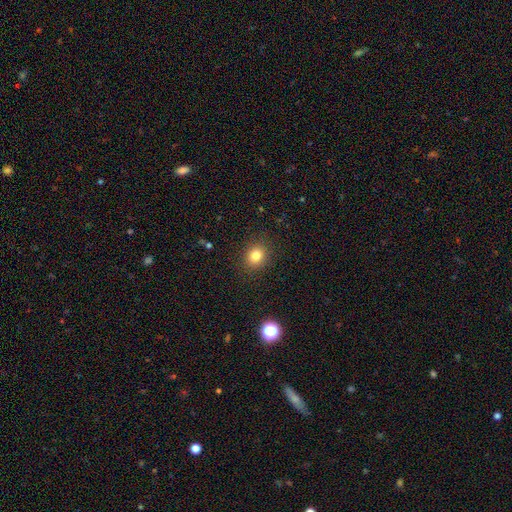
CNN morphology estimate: Smooth or featured? Predicted: smooth (p=0.81). How rounded? Predicted: round (p=0.67). Merging? Predicted: none (p=0.89).